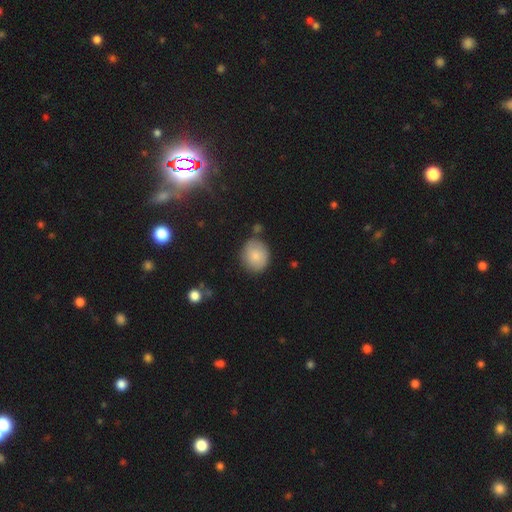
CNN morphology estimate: Q: Smooth or featured?
A: smooth (80%); runner-up: featured or disk (13%)
Q: How rounded?
A: round (73%); runner-up: in between (26%)
Q: Merging?
A: none (76%); runner-up: minor disturbance (16%)